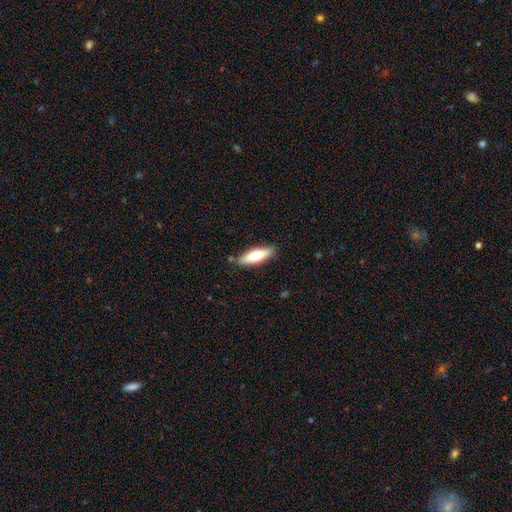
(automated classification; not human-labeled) smooth-or-featured: smooth: 65% | featured or disk: 29% | star or artifact: 6%
  how-rounded: cigar-shaped: 54% | in between: 44% | round: 2%
  merging: none: 85% | minor disturbance: 10% | merger: 2% | major disturbance: 2%